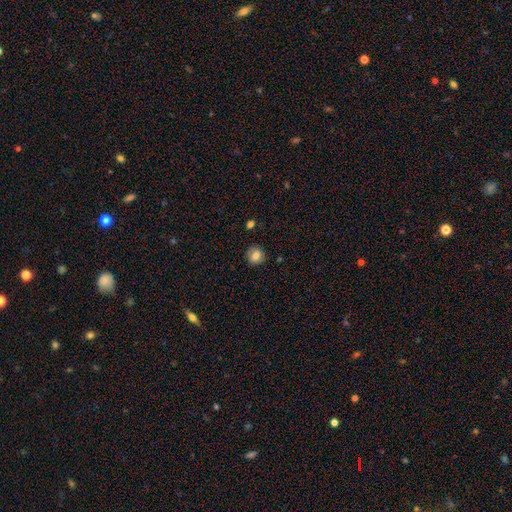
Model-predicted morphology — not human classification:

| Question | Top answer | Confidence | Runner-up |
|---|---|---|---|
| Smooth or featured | smooth | 78% | featured or disk (13%) |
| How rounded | round | 87% | in between (12%) |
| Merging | none | 86% | minor disturbance (10%) |